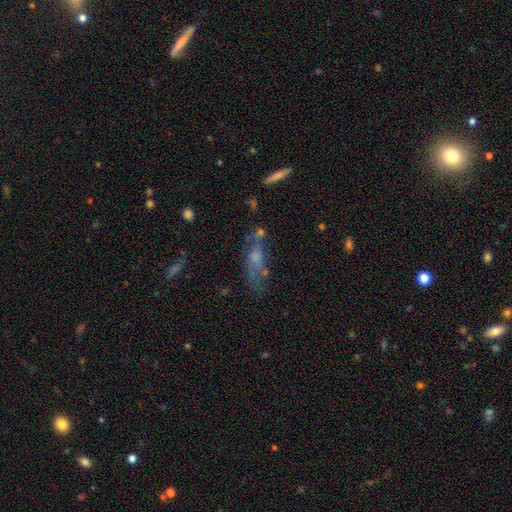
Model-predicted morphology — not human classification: Smooth or featured? Predicted: featured or disk (p=0.49). Merging? Predicted: none (p=0.42).